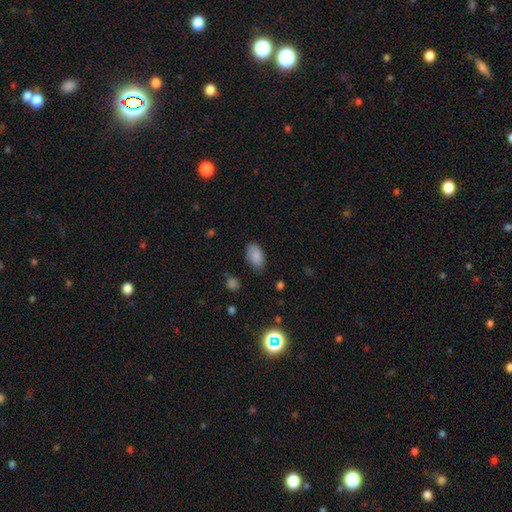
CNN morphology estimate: smooth-or-featured: smooth: 86% | star or artifact: 8% | featured or disk: 6%
  how-rounded: in between: 94% | round: 5% | cigar-shaped: 2%
  merging: none: 75% | minor disturbance: 20% | major disturbance: 4% | merger: 2%